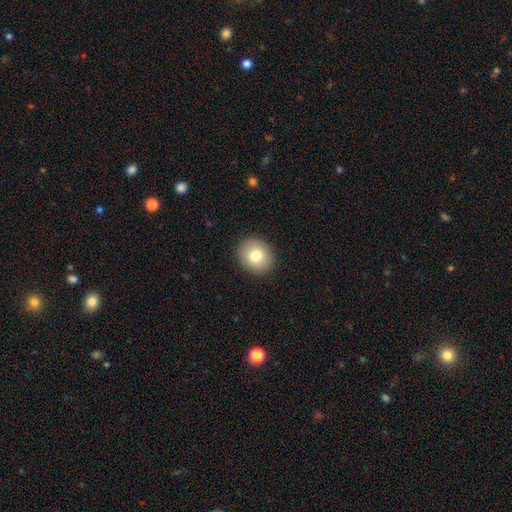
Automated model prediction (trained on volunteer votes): This appears to be a smooth galaxy with no disk features (79%) that is round (65%). Merging: none (90%).